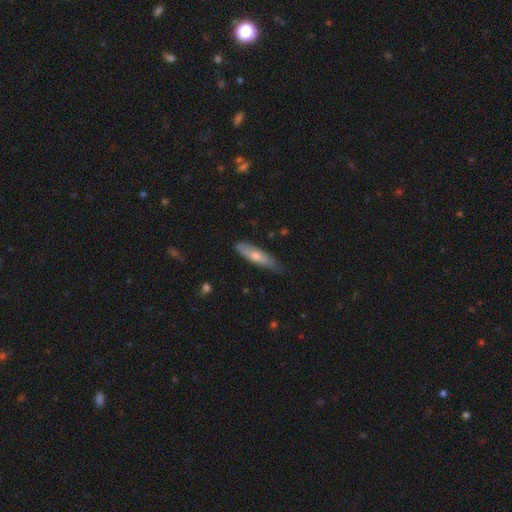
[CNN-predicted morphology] The model was most divided on "smooth or featured": smooth: 60%, featured or disk: 34%, star or artifact: 6%. More confident: merging — none (77%); how rounded — cigar-shaped (76%).